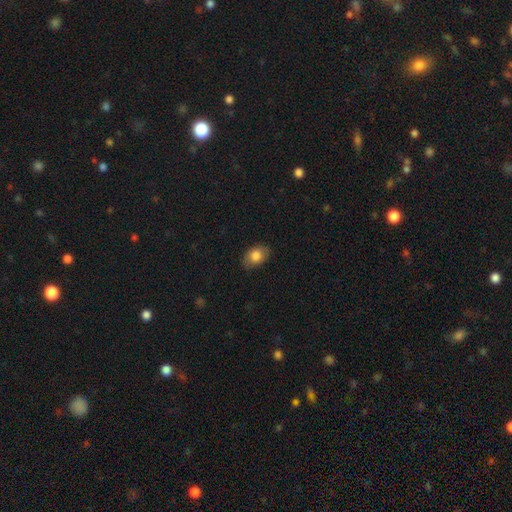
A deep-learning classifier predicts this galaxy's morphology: A smooth galaxy with no disk features (81%) that is in between round and cigar-shaped (81%). Merging: none (82%).